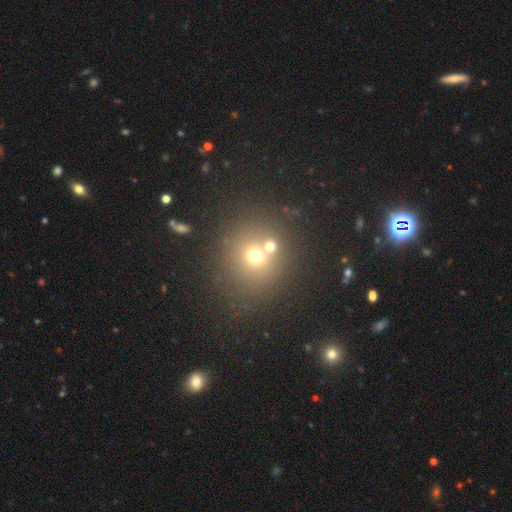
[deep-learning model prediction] Q: Smooth or featured?
A: smooth (63%); runner-up: star or artifact (22%)
Q: How rounded?
A: round (86%); runner-up: in between (13%)
Q: Merging?
A: none (62%); runner-up: merger (26%)